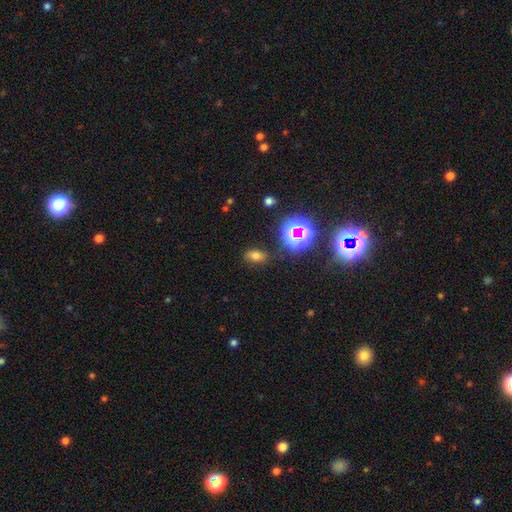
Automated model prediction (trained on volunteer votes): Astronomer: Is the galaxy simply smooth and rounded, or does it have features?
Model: smooth — 66%.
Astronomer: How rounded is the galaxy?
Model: in between — 81%.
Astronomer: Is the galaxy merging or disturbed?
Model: none — 83%.